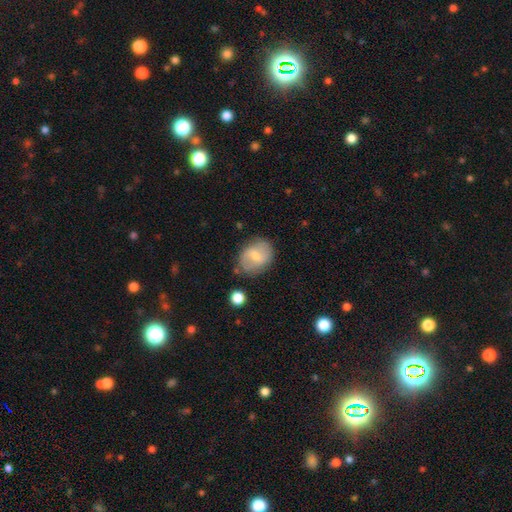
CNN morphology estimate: The model was most divided on "smooth or featured": smooth: 48%, featured or disk: 45%, star or artifact: 7%. More confident: merging — none (74%).